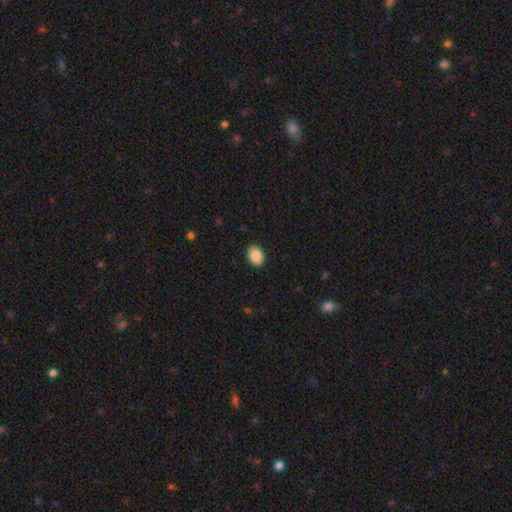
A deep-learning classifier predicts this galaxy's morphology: A smooth galaxy with no disk features (89%) that is in between round and cigar-shaped (72%).

Vote fractions:
- Smooth or featured? smooth: 89% / star or artifact: 7% / featured or disk: 4%
- How rounded? in between: 72% / round: 27% / cigar-shaped: 1%
- Merging? none: 90% / minor disturbance: 8% / major disturbance: 2% / merger: 1%